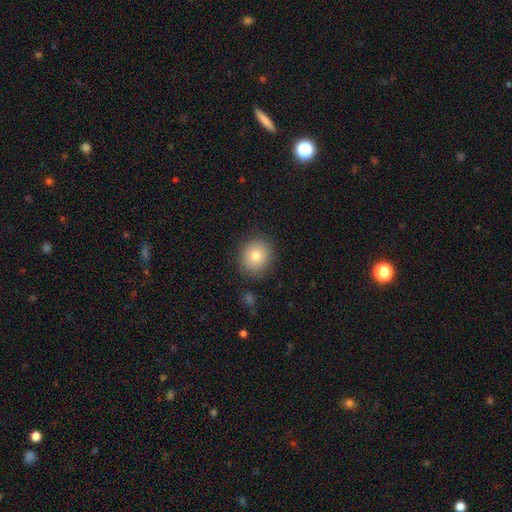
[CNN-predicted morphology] Q: Smooth or featured?
A: smooth (79%); runner-up: featured or disk (11%)
Q: How rounded?
A: round (76%); runner-up: in between (23%)
Q: Merging?
A: none (86%); runner-up: minor disturbance (9%)